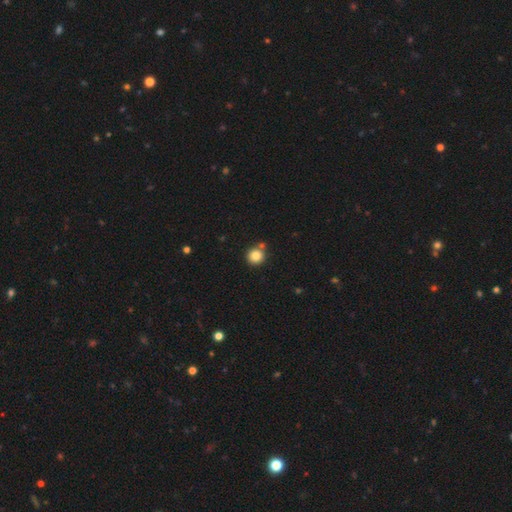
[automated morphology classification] A smooth galaxy with no disk features (85%) that is round (94%).

Vote fractions:
- Smooth or featured? smooth: 85% / star or artifact: 11% / featured or disk: 4%
- How rounded? round: 94% / in between: 5% / cigar-shaped: 1%
- Merging? none: 77% / merger: 12% / minor disturbance: 8% / major disturbance: 3%